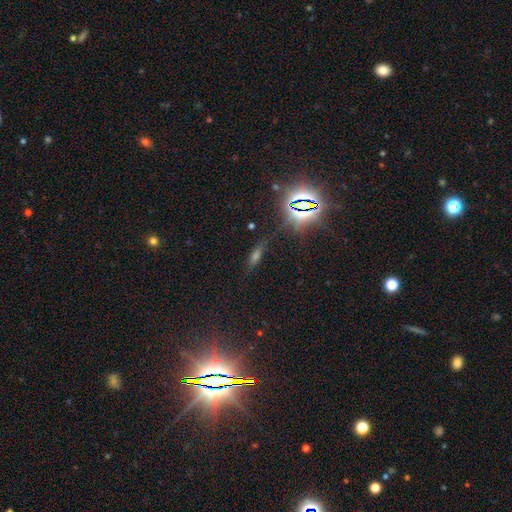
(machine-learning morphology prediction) star or artifact 43%, smooth 38%, featured or disk 19%.